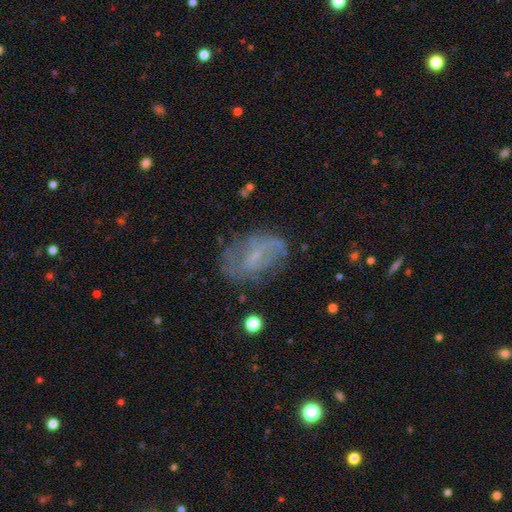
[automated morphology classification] smooth_or_featured: featured or disk (p=0.59) [alt: smooth p=0.29]
disk_edge_on: no (p=0.95) [alt: yes p=0.05]
bar: weak (p=0.47) [alt: no p=0.38]
has_spiral_arms: yes (p=0.66) [alt: no p=0.34]
bulge_size: small (p=0.58) [alt: none p=0.27]
merging: none (p=0.60) [alt: minor disturbance p=0.23]